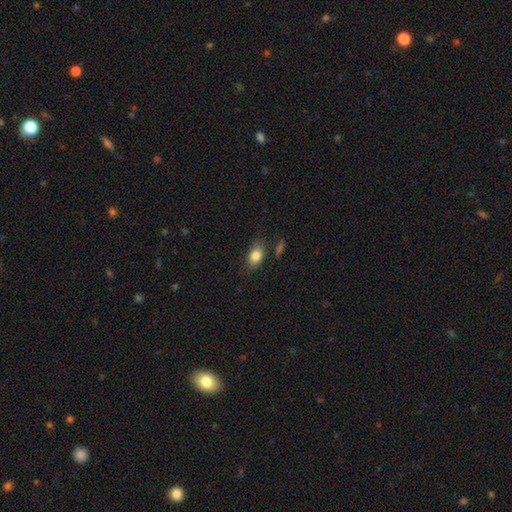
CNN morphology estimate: smooth-or-featured: smooth: 82% | featured or disk: 9% | star or artifact: 8%
  how-rounded: in between: 80% | round: 17% | cigar-shaped: 3%
  merging: none: 72% | minor disturbance: 18% | major disturbance: 5% | merger: 4%